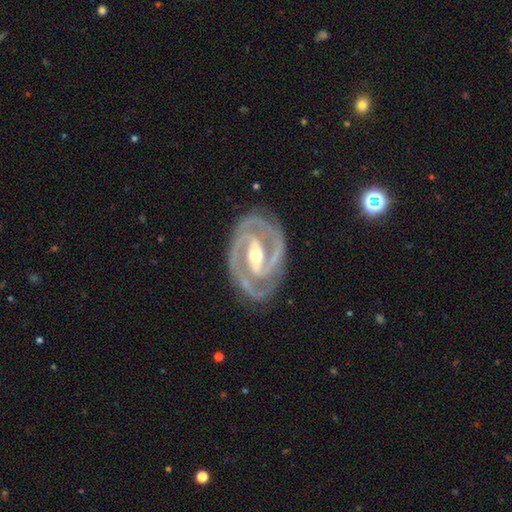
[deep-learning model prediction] This is clearly a featured or disk galaxy (93%). It is clearly not viewed edge-on (97%). Bar: likely strong (63%). Spiral arm pattern: clearly yes (98%). Spiral arm count: clearly 2 (86%). Spiral winding: possibly tight (60%). Central bulge: likely moderate (62%). Merging: clearly none (82%).